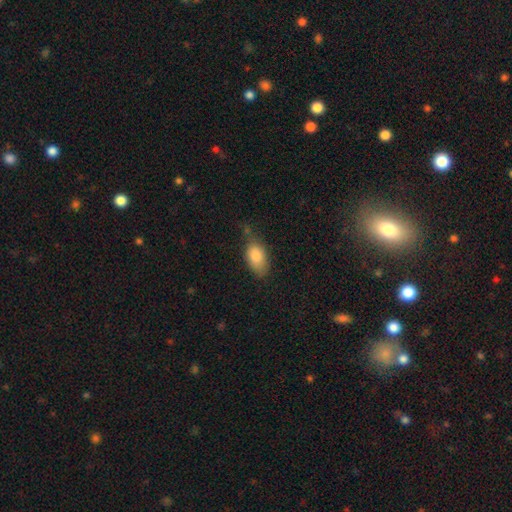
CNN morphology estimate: The model was most divided on "merging": none: 59%, minor disturbance: 29%, major disturbance: 7%, merger: 4%. More confident: how rounded — in between (90%); smooth or featured — smooth (83%).